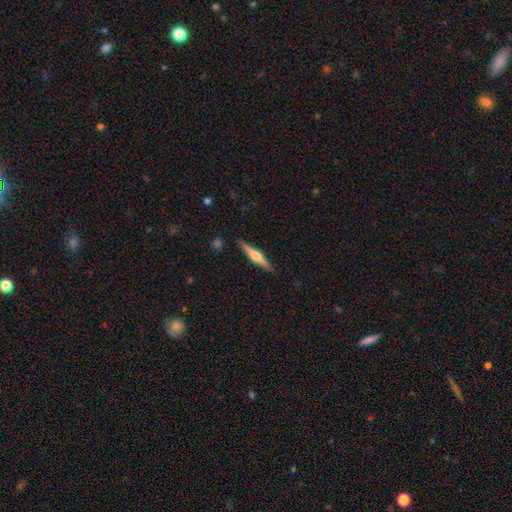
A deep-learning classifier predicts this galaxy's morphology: smooth-or-featured: featured or disk: 64% | smooth: 30% | star or artifact: 6%
  disk-edge-on: yes: 98% | no: 2%
    edge-on-bulge: rounded: 88% | boxy: 9% | none: 4%
  merging: none: 89% | minor disturbance: 8% | major disturbance: 2% | merger: 1%